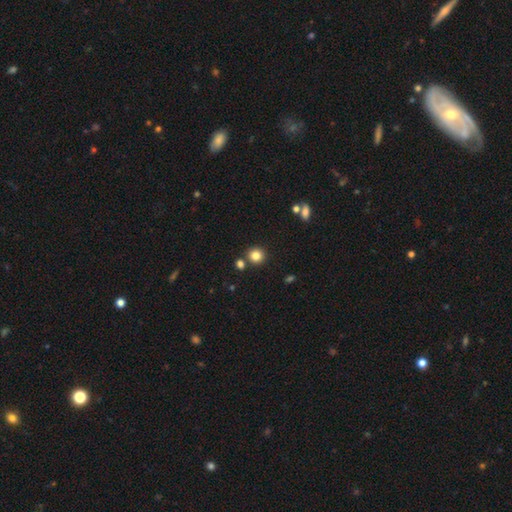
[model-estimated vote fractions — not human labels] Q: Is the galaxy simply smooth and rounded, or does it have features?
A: smooth — 82%.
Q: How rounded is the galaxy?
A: round — 90%.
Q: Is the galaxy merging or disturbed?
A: none — 81%.